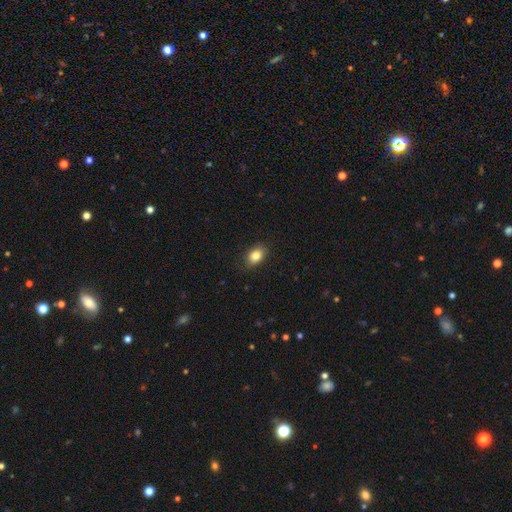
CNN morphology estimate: A smooth galaxy with no disk features (84%) that is in between round and cigar-shaped (79%). Merging: none (85%).